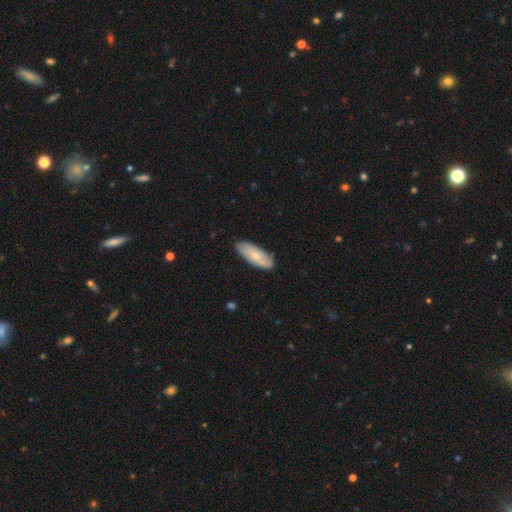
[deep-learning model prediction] A smooth galaxy with no disk features (62%) that is in between round and cigar-shaped (74%).

Vote fractions:
- Smooth or featured? smooth: 62% / featured or disk: 32% / star or artifact: 6%
- How rounded? in between: 74% / cigar-shaped: 24% / round: 2%
- Merging? none: 83% / minor disturbance: 13% / major disturbance: 2% / merger: 1%